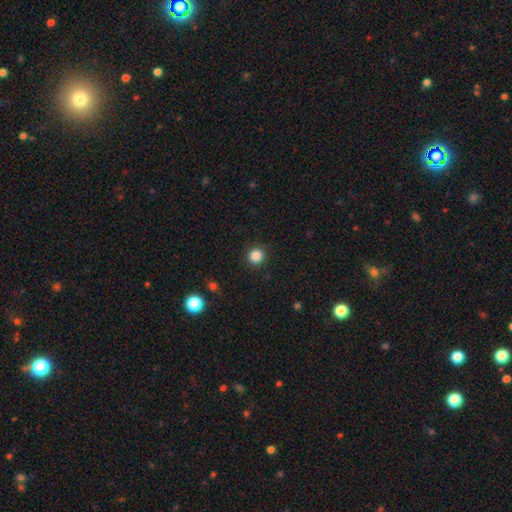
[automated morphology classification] Smooth or featured?
  - smooth: 85% *
  - star or artifact: 12%
  - featured or disk: 3%
How rounded?
  - round: 94% *
  - in between: 5%
  - cigar-shaped: 1%
Merging?
  - none: 92% *
  - minor disturbance: 5%
  - major disturbance: 2%
  - merger: 1%